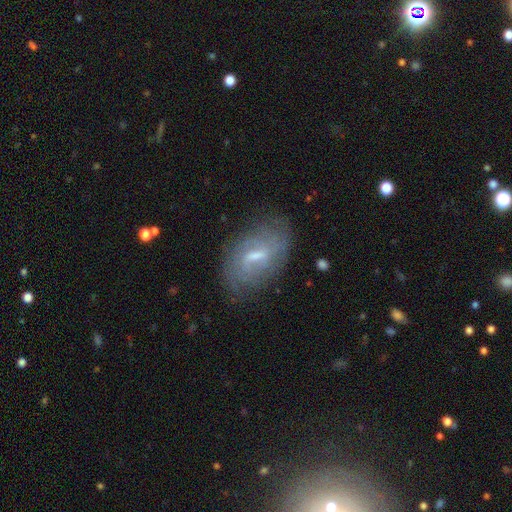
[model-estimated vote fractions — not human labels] A featured or disk galaxy (62%) with a weak bar (58%), spiral arms (70%) and a moderate central bulge (44%).

Vote fractions:
- Smooth or featured? featured or disk: 62% / smooth: 28% / star or artifact: 9%
- Edge-on disk? no: 90% / yes: 10%
- Bar? weak: 58% / strong: 24% / no: 18%
- Spiral arms? yes: 70% / no: 30%
- Bulge size? moderate: 44% / small: 41% / none: 10% / large: 4% / dominant: 1%
- Merging? none: 71% / minor disturbance: 20% / major disturbance: 8% / merger: 2%